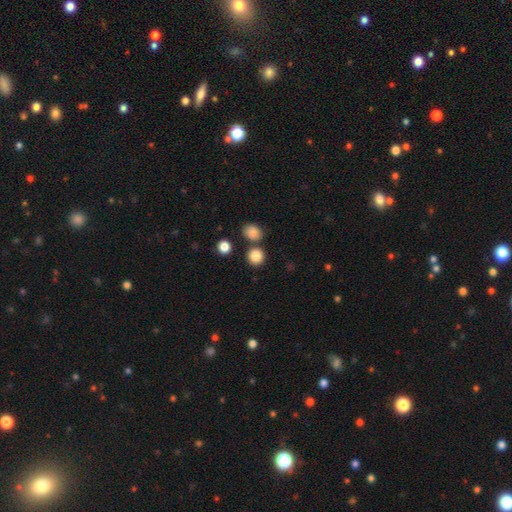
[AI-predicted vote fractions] The model was most divided on "merging": none: 77%, merger: 13%, minor disturbance: 8%, major disturbance: 3%. More confident: how rounded — round (89%); smooth or featured — smooth (85%).